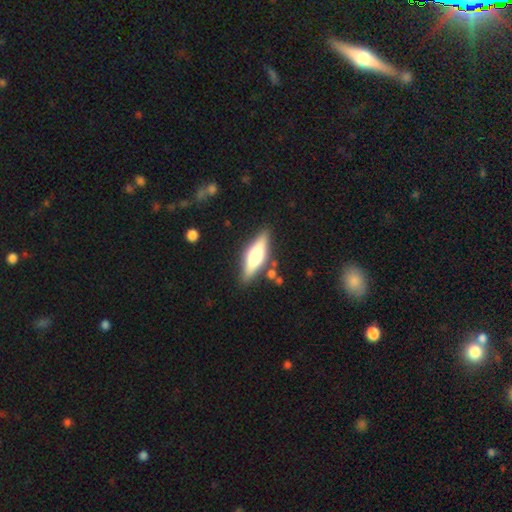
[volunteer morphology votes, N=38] Volunteers were most divided on "smooth or featured": featured or disk: 53%, smooth: 45%, star or artifact: 3%. More confident: edge-on disk — yes (95%); edge-on bulge — rounded (84%); merging — none (84%).